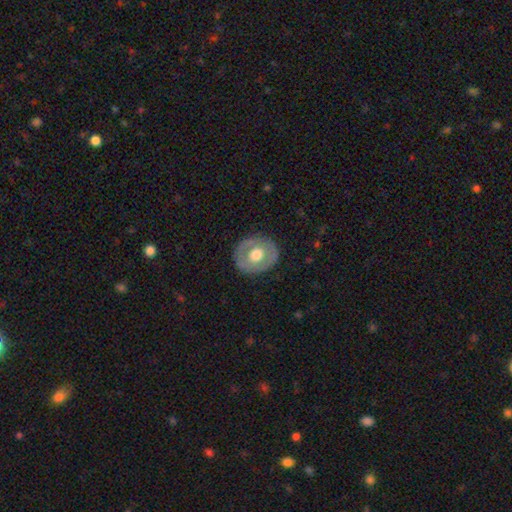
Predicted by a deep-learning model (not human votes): Smooth or featured? Predicted: smooth (p=0.49). Merging? Predicted: none (p=0.84).